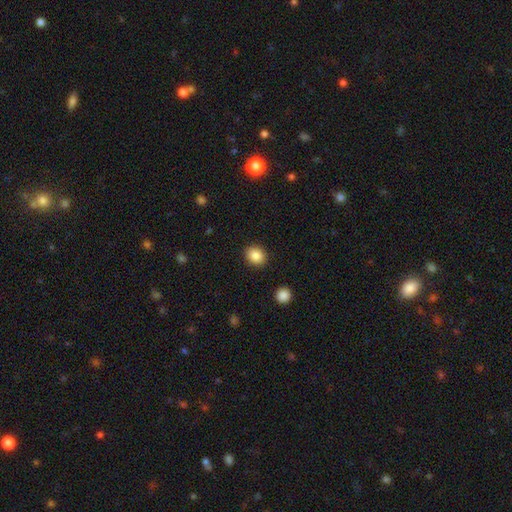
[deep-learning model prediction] Smooth or featured? smooth (86%)
How rounded? round (67%)
Merging? none (90%)